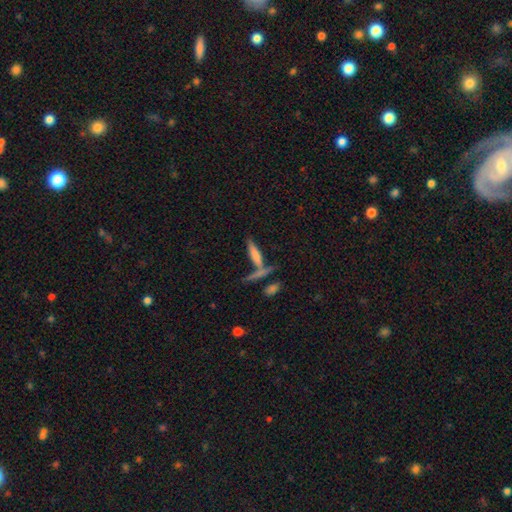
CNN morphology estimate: Overall: smooth (59%; featured or disk 31%). How rounded: cigar-shaped (77%). Merging: none (47%; merger 34%).